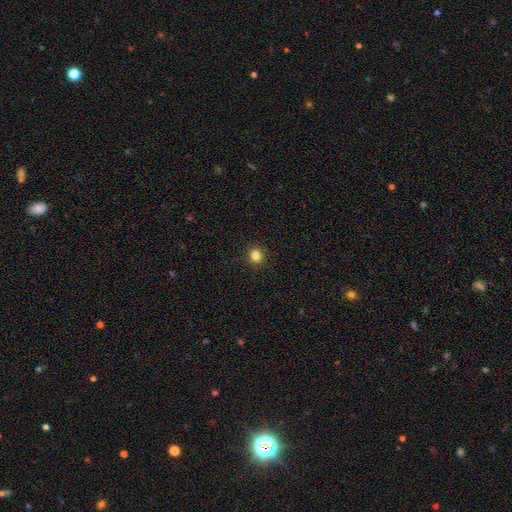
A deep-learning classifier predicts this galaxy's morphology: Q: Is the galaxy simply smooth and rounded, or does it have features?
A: smooth — 84%.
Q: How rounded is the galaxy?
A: round — 80%.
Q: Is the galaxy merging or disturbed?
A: none — 91%.